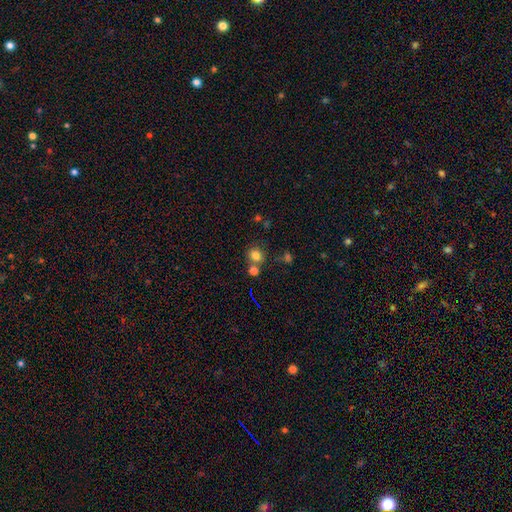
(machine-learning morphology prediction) This appears to be a smooth galaxy with no disk features (79%) that is round (72%). Merging: none (62%).